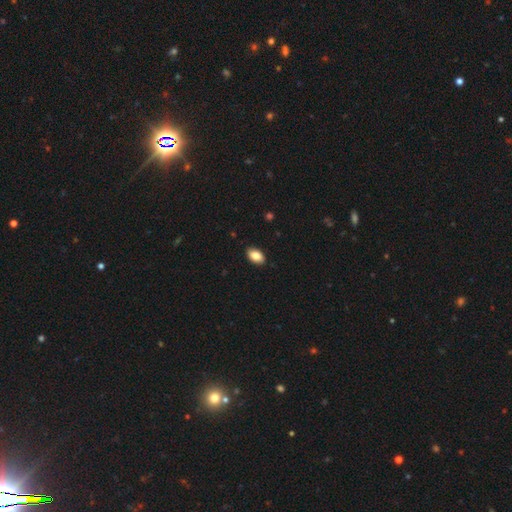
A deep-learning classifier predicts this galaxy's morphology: The model was most divided on "smooth or featured": smooth: 86%, star or artifact: 7%, featured or disk: 7%. More confident: how rounded — in between (92%); merging — none (89%).